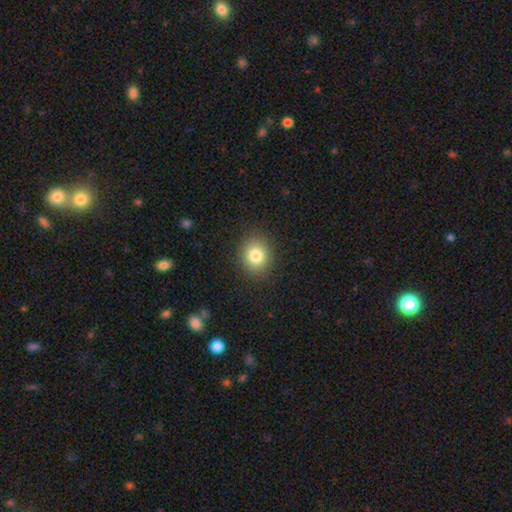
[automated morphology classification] smooth-or-featured: smooth: 82% | star or artifact: 11% | featured or disk: 8%
  how-rounded: round: 72% | in between: 27% | cigar-shaped: 1%
  merging: none: 89% | minor disturbance: 8% | major disturbance: 3% | merger: 1%